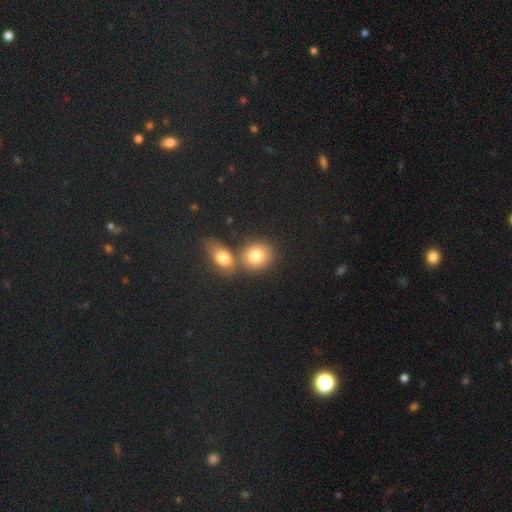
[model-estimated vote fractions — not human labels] Smooth or featured?
  - smooth: 79% *
  - featured or disk: 11%
  - star or artifact: 10%
How rounded?
  - round: 68% *
  - in between: 31%
  - cigar-shaped: 2%
Merging?
  - none: 52% *
  - merger: 37%
  - minor disturbance: 8%
  - major disturbance: 3%